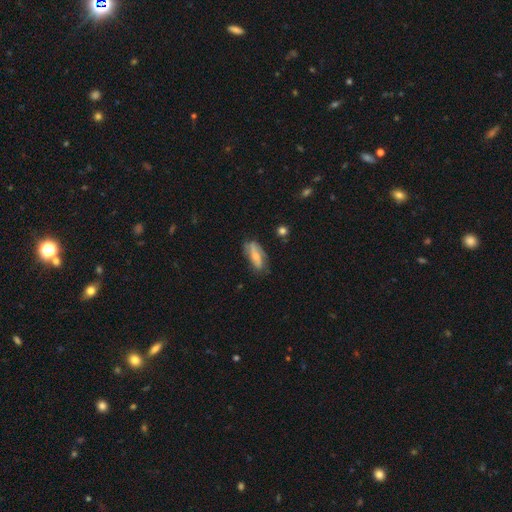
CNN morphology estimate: Smooth or featured? Predicted: smooth (p=0.47). Merging? Predicted: none (p=0.64).